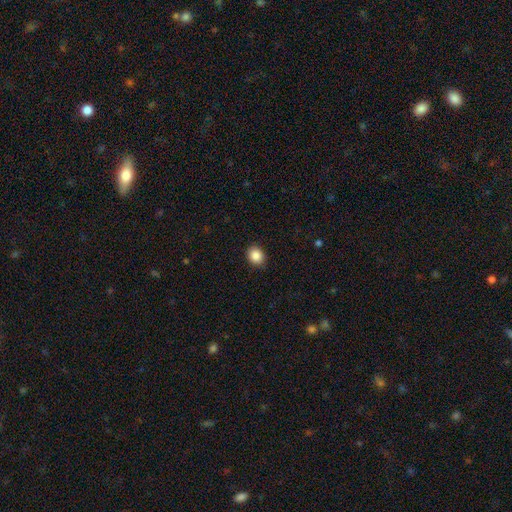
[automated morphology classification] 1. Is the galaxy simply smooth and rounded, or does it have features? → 87% smooth, 9% star or artifact, 4% featured or disk.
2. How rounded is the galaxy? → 59% round, 40% in between, 1% cigar-shaped.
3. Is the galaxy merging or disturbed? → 90% none, 7% minor disturbance, 2% major disturbance, 1% merger.